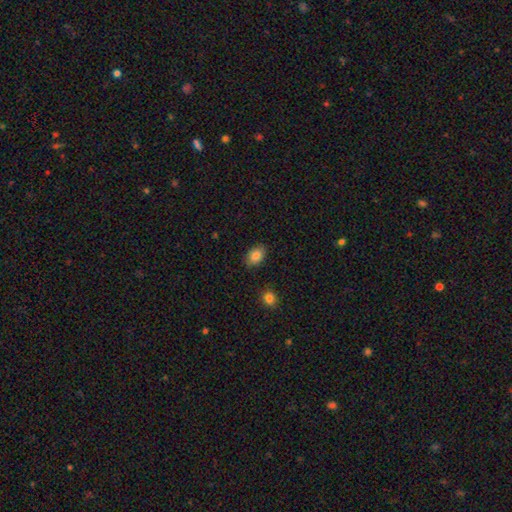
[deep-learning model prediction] The model was most divided on "how rounded": in between: 84%, round: 15%, cigar-shaped: 1%. More confident: merging — none (87%); smooth or featured — smooth (85%).